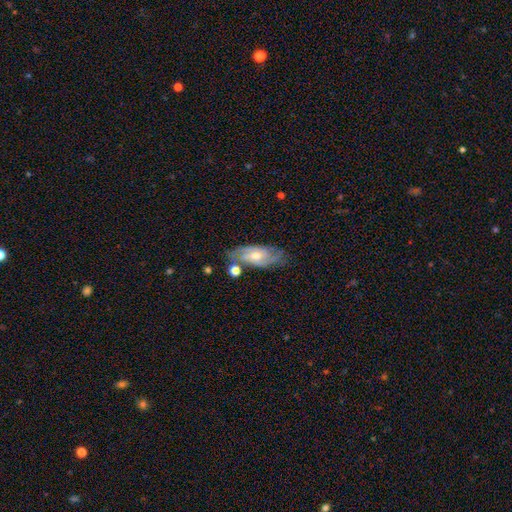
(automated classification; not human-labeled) Q: Smooth or featured?
A: featured or disk (74%); runner-up: smooth (18%)
Q: Edge-on disk?
A: no (90%); runner-up: yes (10%)
Q: Bar?
A: no (50%); runner-up: weak (39%)
Q: Spiral arms?
A: yes (92%); runner-up: no (8%)
Q: Spiral winding?
A: tight (45%); runner-up: medium (42%)
Q: Spiral arm count?
A: 2 (59%); runner-up: can't tell (21%)
Q: Bulge size?
A: moderate (53%); runner-up: small (42%)
Q: Merging?
A: none (69%); runner-up: minor disturbance (18%)